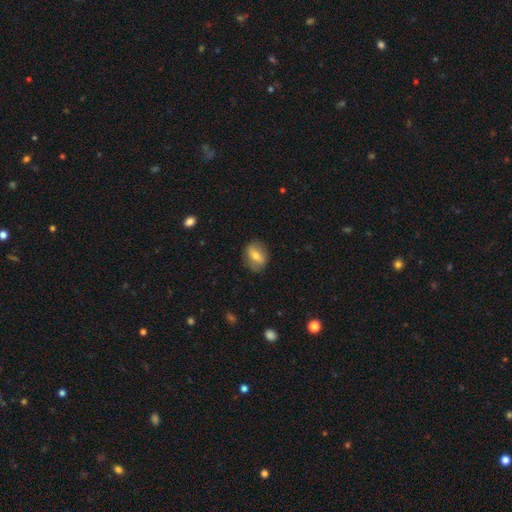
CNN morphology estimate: A smooth galaxy with no disk features (66%) that is in between round and cigar-shaped (63%).

Vote fractions:
- Smooth or featured? smooth: 66% / featured or disk: 26% / star or artifact: 8%
- How rounded? in between: 63% / round: 35% / cigar-shaped: 2%
- Merging? none: 81% / minor disturbance: 14% / major disturbance: 4% / merger: 1%